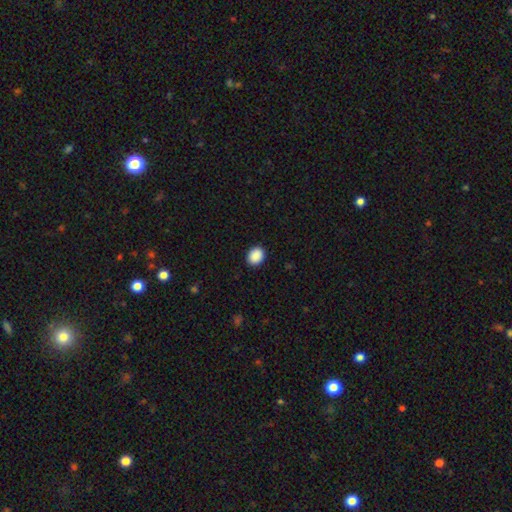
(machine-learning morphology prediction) Overall: smooth (90%). How rounded: in between (50%; round 49%). Merging: none (91%).